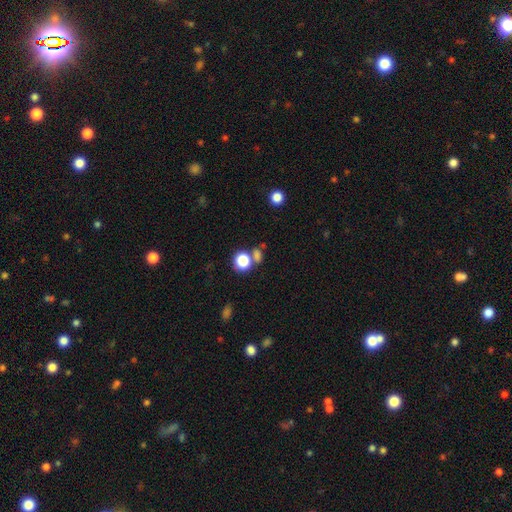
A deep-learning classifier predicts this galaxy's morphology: This is possibly a smooth galaxy (58%). How rounded: likely round (79%). Merging: likely none (66%).